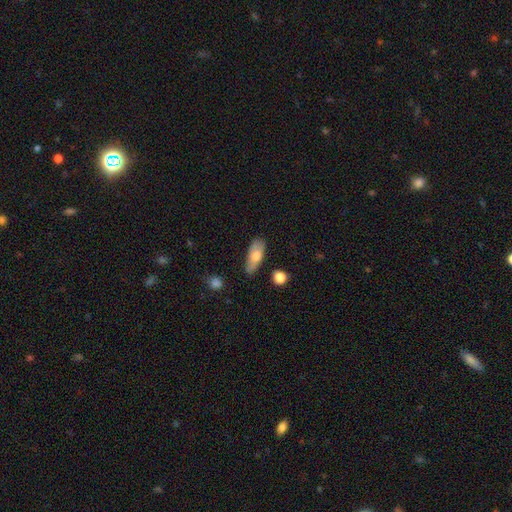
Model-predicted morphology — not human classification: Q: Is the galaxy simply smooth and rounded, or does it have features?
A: smooth — 70%.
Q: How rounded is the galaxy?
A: in between — 75%.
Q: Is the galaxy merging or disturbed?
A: none — 66%.